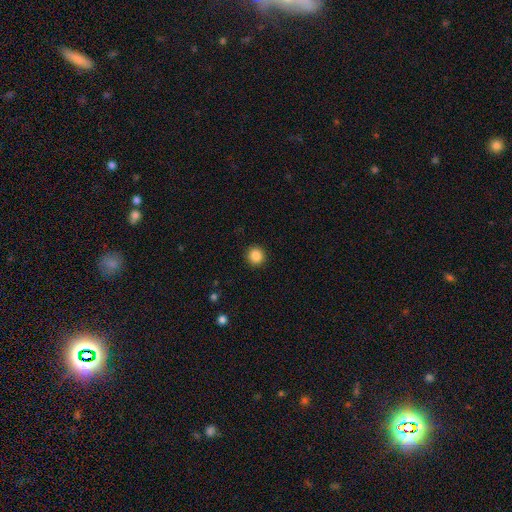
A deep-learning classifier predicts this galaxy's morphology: smooth_or_featured: smooth (p=0.87) [alt: star or artifact p=0.10]
how_rounded: round (p=0.95) [alt: in between p=0.04]
merging: none (p=0.93) [alt: minor disturbance p=0.05]